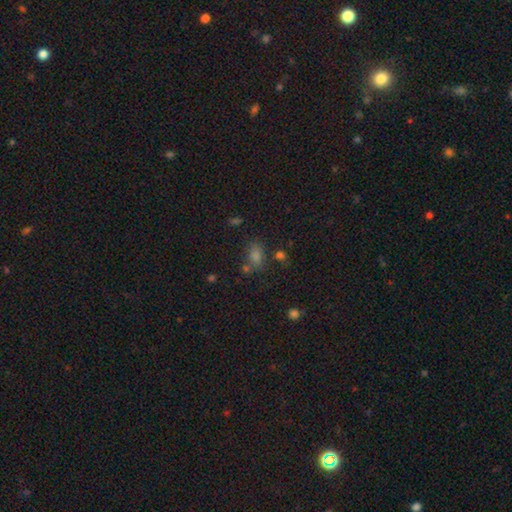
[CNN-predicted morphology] The model was most divided on "smooth or featured": smooth: 63%, star or artifact: 29%, featured or disk: 8%. More confident: how rounded — in between (73%); merging — none (64%).